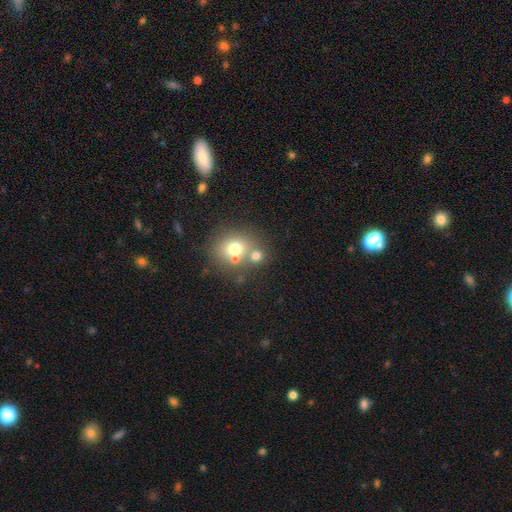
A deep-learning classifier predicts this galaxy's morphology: This is likely a smooth galaxy (69%). How rounded: likely round (76%). Merging: possibly none (49%).